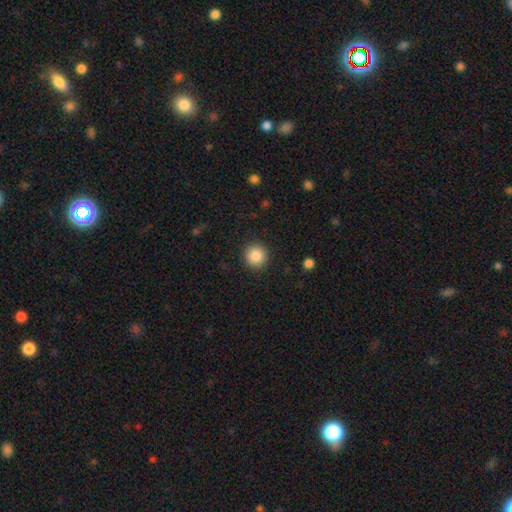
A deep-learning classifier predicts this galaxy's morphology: A smooth galaxy with no disk features (87%) that is round (94%). Merging: none (91%).